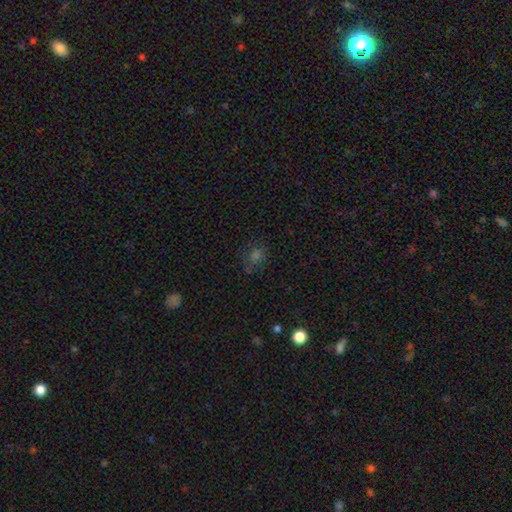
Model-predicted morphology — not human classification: Overall: smooth (57%; star or artifact 33%). How rounded: round (73%). Merging: none (73%).